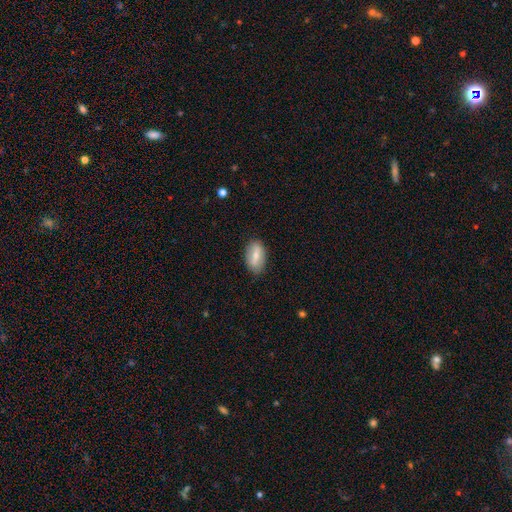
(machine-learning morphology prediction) Smooth or featured?
  - smooth: 61% *
  - featured or disk: 32%
  - star or artifact: 7%
How rounded?
  - in between: 90% *
  - round: 5%
  - cigar-shaped: 5%
Merging?
  - none: 83% *
  - minor disturbance: 13%
  - major disturbance: 3%
  - merger: 1%